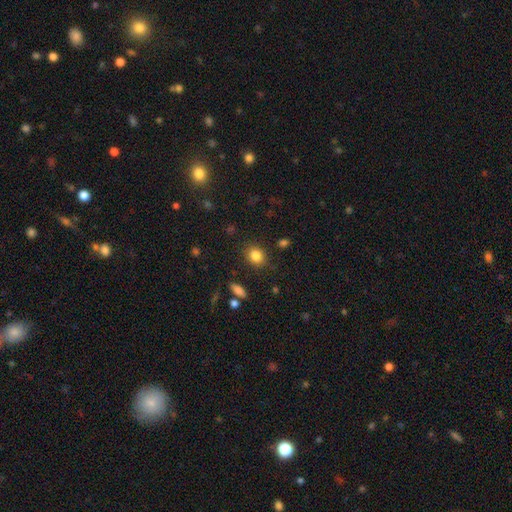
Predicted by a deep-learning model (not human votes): Smooth or featured? smooth (84%)
How rounded? round (62%)
Merging? none (85%)